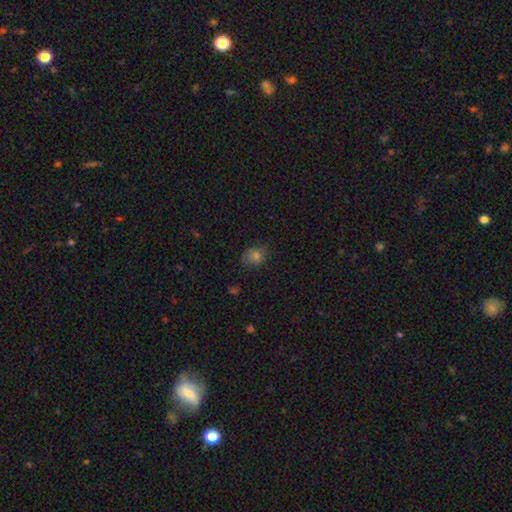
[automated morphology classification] A smooth galaxy with no disk features (73%) that is round (52%).

Vote fractions:
- Smooth or featured? smooth: 73% / star or artifact: 16% / featured or disk: 10%
- How rounded? round: 52% / in between: 47% / cigar-shaped: 1%
- Merging? none: 67% / minor disturbance: 24% / major disturbance: 7% / merger: 2%